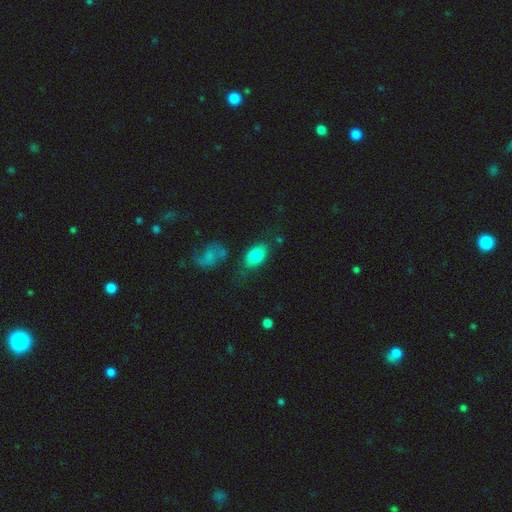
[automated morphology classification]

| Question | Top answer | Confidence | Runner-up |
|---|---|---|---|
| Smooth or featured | smooth | 81% | featured or disk (12%) |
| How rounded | in between | 91% | round (7%) |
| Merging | none | 71% | minor disturbance (16%) |